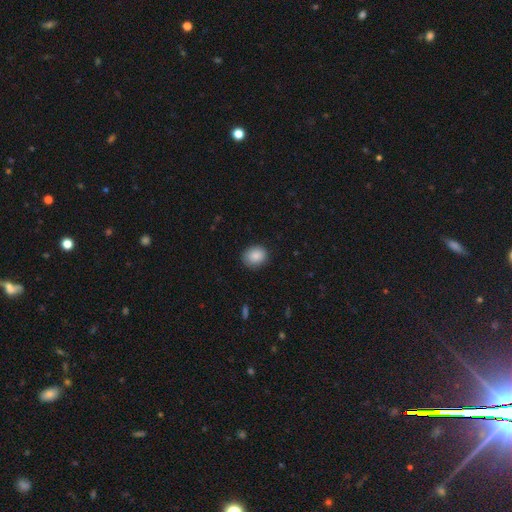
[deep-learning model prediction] A smooth galaxy with no disk features (88%) that is round (59%). Merging: none (86%).